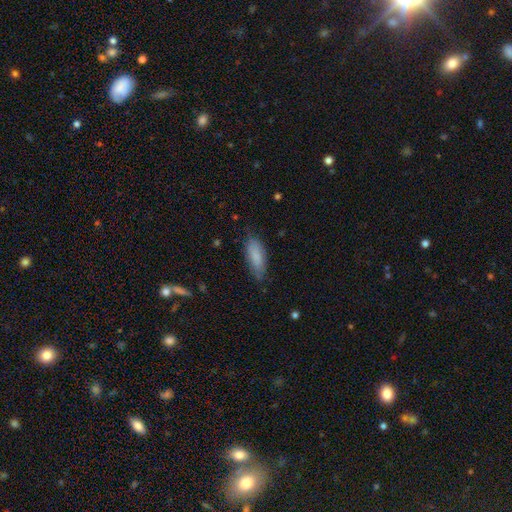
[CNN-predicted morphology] A smooth galaxy with no disk features (83%) that is in between round and cigar-shaped (69%). Merging: none (71%).